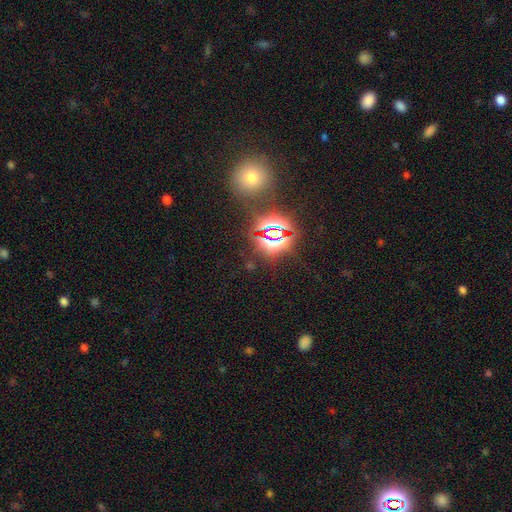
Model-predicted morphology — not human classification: type=star or artifact (77%).